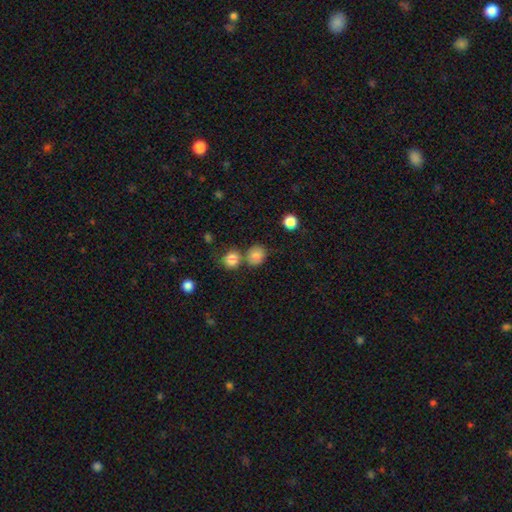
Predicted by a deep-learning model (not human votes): Smooth or featured?
  - smooth: 82% *
  - star or artifact: 12%
  - featured or disk: 7%
How rounded?
  - round: 77% *
  - in between: 22%
  - cigar-shaped: 1%
Merging?
  - none: 60% *
  - merger: 26%
  - minor disturbance: 11%
  - major disturbance: 4%